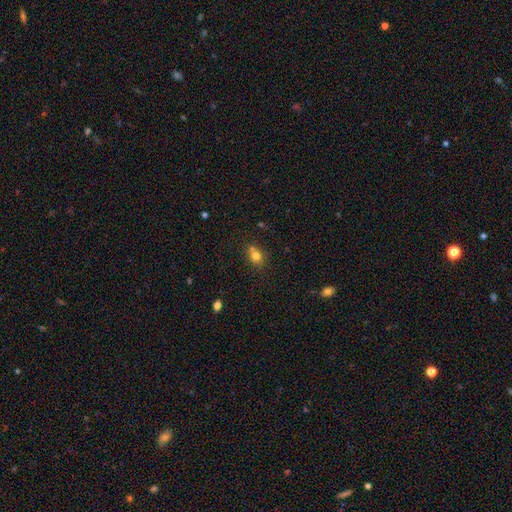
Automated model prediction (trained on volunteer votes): smooth 76%, star or artifact 14%, featured or disk 10%. Down the decision tree: how rounded — round (65%); merging — none (55%).